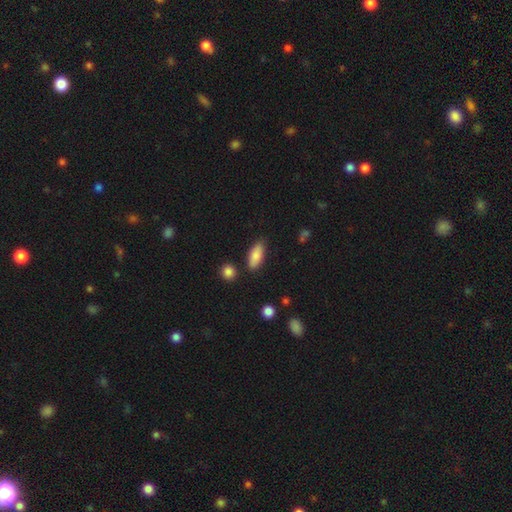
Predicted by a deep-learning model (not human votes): Overall: smooth (84%). How rounded: in between (78%). Merging: none (81%).